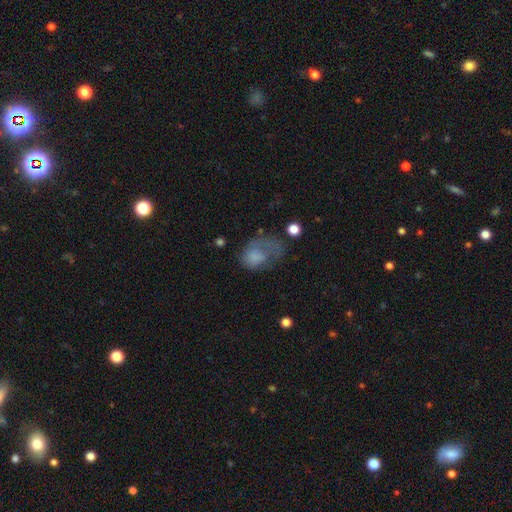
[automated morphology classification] Overall: smooth (63%; featured or disk 27%). How rounded: in between (67%; round 32%). Merging: major disturbance (49%; none 24%).